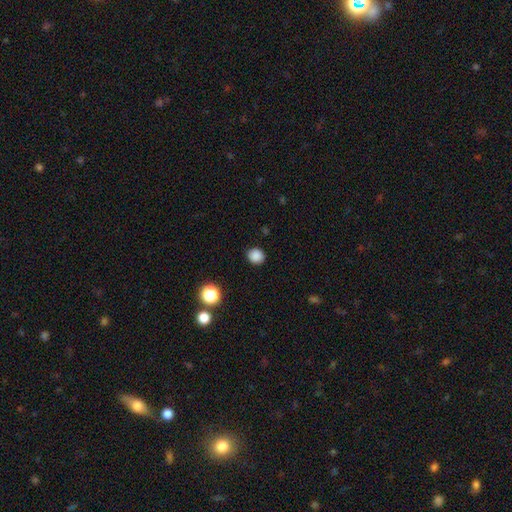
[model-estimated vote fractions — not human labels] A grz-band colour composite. It shows a smooth galaxy with no disk features (85%) that is round (81%). Merging: none (87%).